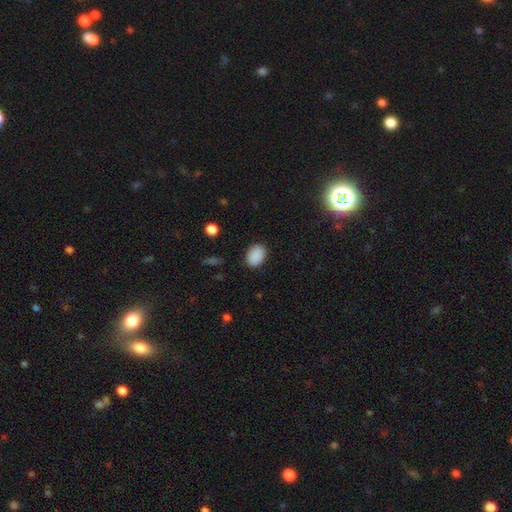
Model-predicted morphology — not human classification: type=smooth (89%); roundness=in between (76%); merging=none (87%).